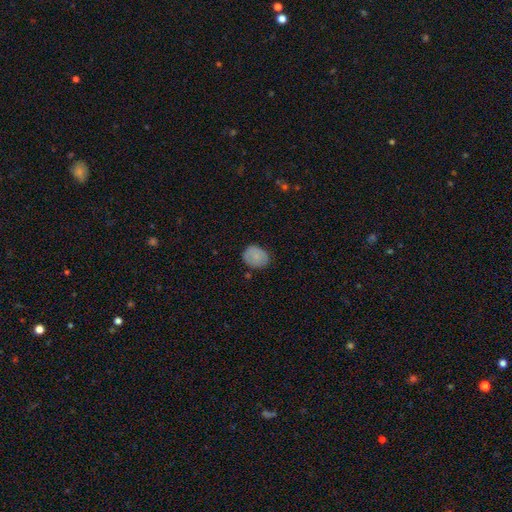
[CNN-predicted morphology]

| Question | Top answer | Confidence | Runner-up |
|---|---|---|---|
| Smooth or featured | smooth | 81% | featured or disk (11%) |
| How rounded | round | 58% | in between (41%) |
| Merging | none | 74% | minor disturbance (20%) |